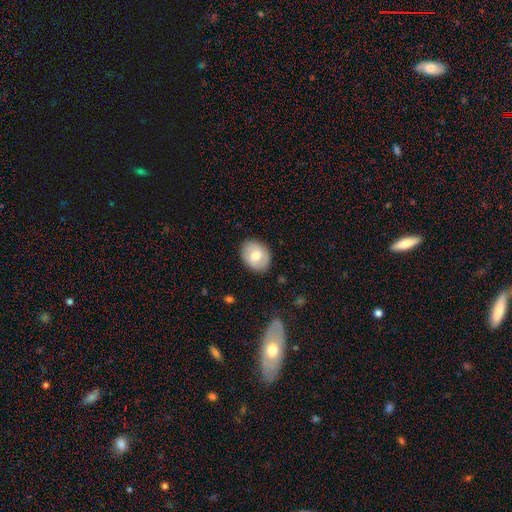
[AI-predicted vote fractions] This appears to be a smooth galaxy with no disk features (64%) that is in between round and cigar-shaped (62%). Merging: none (85%).